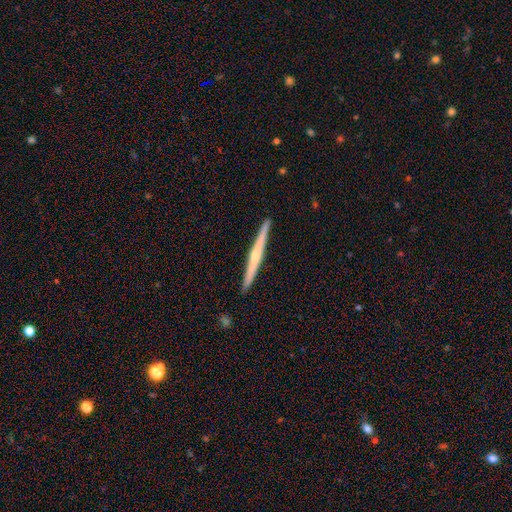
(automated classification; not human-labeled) A featured or disk galaxy (69%) viewed edge-on (98%) with a rounded central bulge (70%). Merging: none (92%).